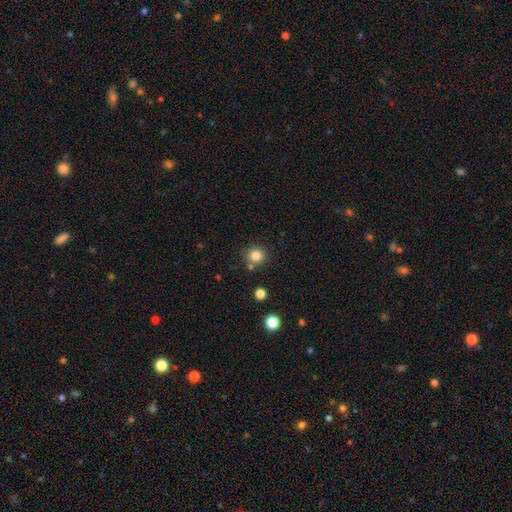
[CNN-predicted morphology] A smooth galaxy with no disk features (82%) that is round (92%). Merging: none (78%).